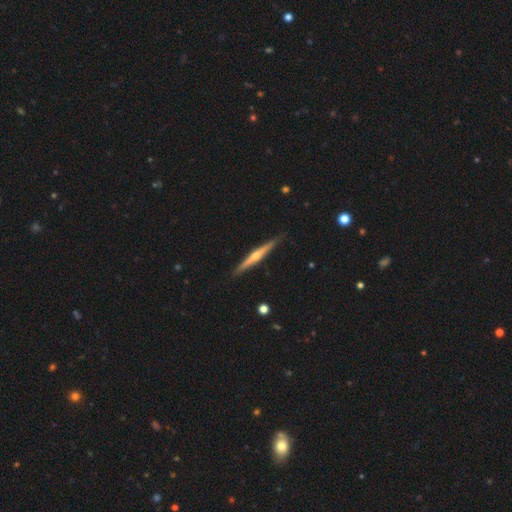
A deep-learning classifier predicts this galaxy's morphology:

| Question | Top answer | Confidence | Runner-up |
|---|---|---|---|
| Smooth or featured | featured or disk | 74% | smooth (21%) |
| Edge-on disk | yes | 98% | no (2%) |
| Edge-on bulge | rounded | 85% | none (11%) |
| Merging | none | 90% | minor disturbance (7%) |